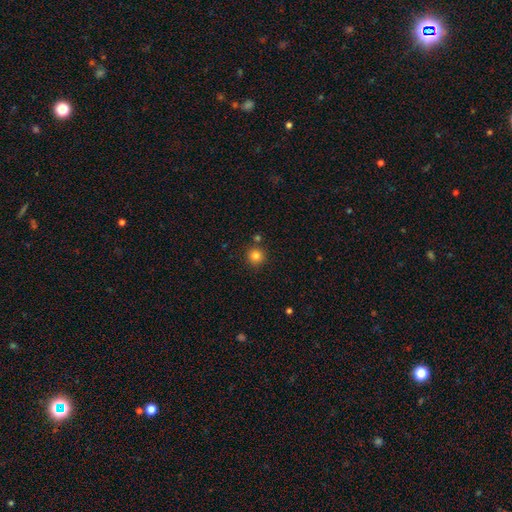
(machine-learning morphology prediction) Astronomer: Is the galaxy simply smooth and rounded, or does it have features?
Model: smooth — 82%.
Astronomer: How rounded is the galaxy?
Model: round — 94%.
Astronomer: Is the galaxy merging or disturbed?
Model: none — 85%.